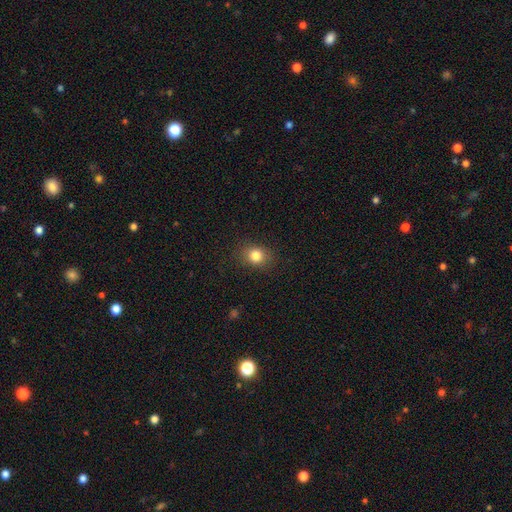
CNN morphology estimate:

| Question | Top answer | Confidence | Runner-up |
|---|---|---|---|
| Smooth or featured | smooth | 82% | star or artifact (12%) |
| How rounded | round | 61% | in between (38%) |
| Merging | none | 86% | minor disturbance (10%) |